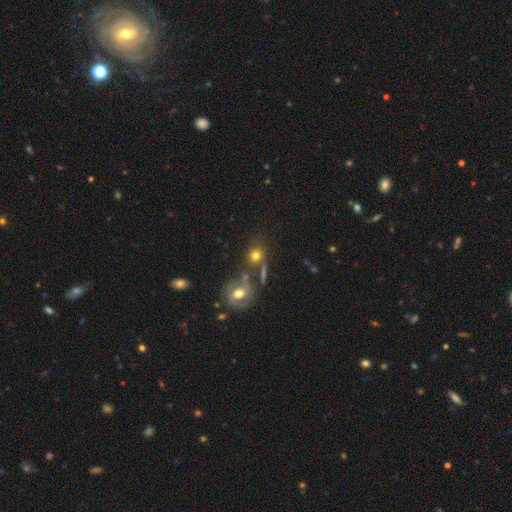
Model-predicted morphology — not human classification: type=smooth (69%); roundness=round (69%); merging=none (58%).